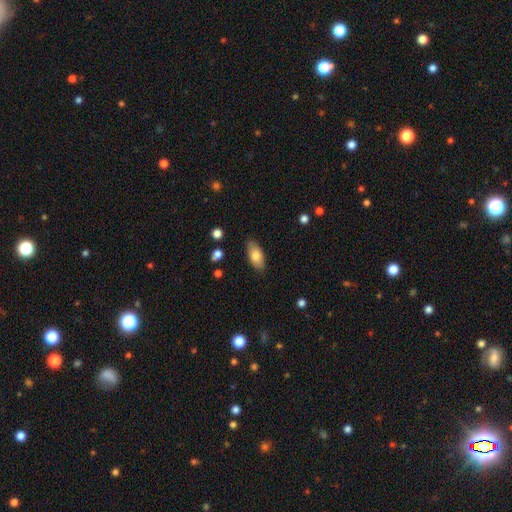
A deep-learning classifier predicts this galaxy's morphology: smooth 78%, featured or disk 15%, star or artifact 7%. Down the decision tree: how rounded — in between (89%); merging — none (84%).